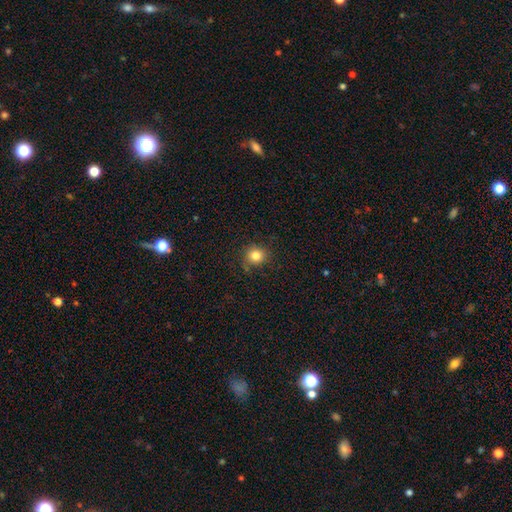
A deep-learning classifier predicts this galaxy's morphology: This is clearly a smooth galaxy (82%). How rounded: clearly round (88%). Merging: clearly none (82%).